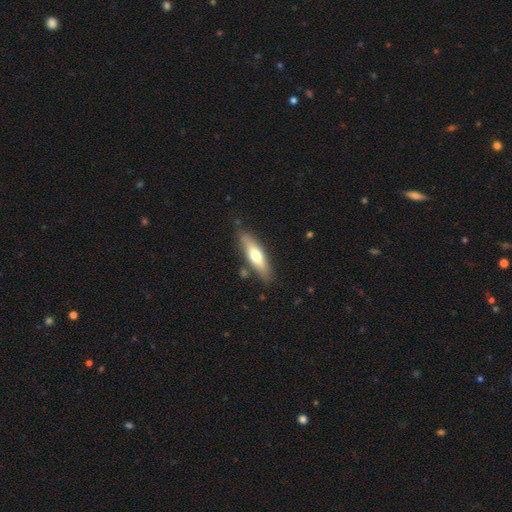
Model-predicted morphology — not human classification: smooth_or_featured: smooth (p=0.54) [alt: featured or disk p=0.41]
how_rounded: cigar-shaped (p=0.69) [alt: in between p=0.29]
merging: none (p=0.81) [alt: minor disturbance p=0.12]